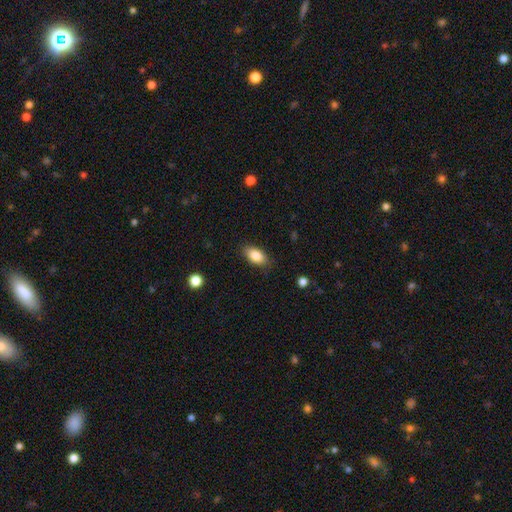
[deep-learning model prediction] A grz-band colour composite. It shows a smooth galaxy with no disk features (84%) that is in between round and cigar-shaped (91%). Merging: none (84%).